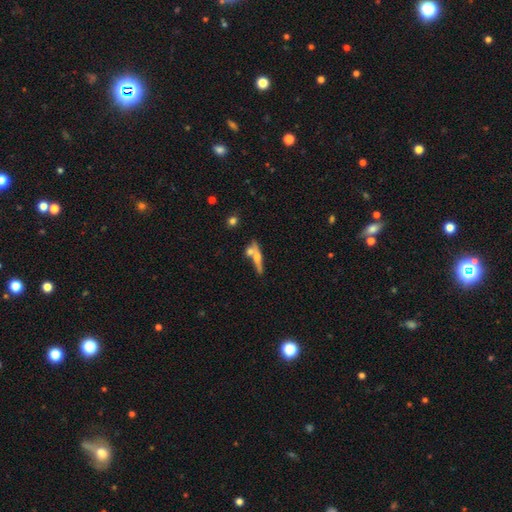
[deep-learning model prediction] This is possibly a featured or disk galaxy (52%). It is clearly viewed edge-on (88%). Merging: possibly none (51%).